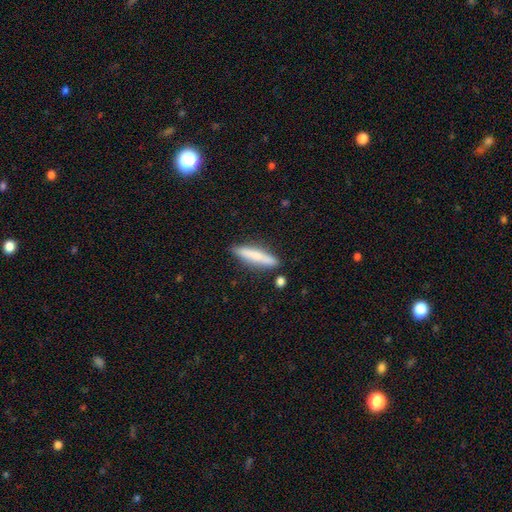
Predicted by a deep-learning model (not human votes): A smooth galaxy with no disk features (71%) that is cigar-shaped (87%). Merging: none (84%).